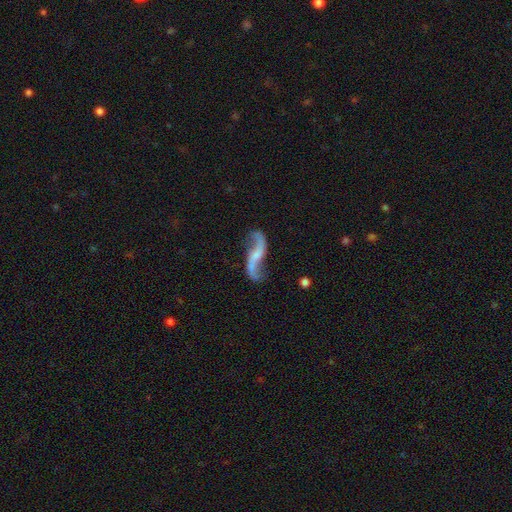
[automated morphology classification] Smooth or featured? Predicted: featured or disk (p=0.88). Edge-on disk? Predicted: no (p=0.93). Bar? Predicted: no (p=0.42). Spiral arms? Predicted: yes (p=0.96). Spiral winding? Predicted: loose (p=0.92). Spiral arm count? Predicted: 2 (p=0.94). Bulge size? Predicted: small (p=0.50). Merging? Predicted: none (p=0.75).